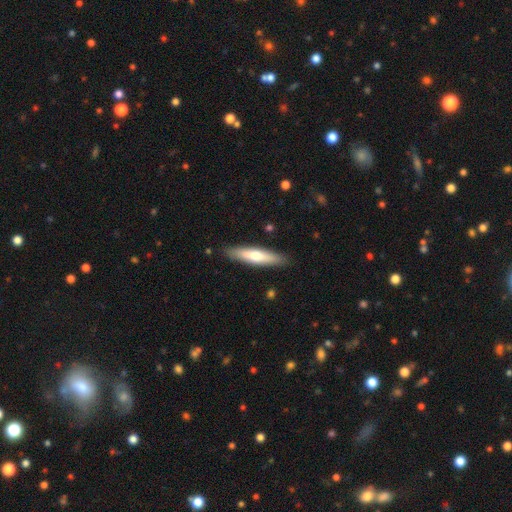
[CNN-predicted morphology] A smooth galaxy with no disk features (58%) that is cigar-shaped (81%). Merging: none (89%).